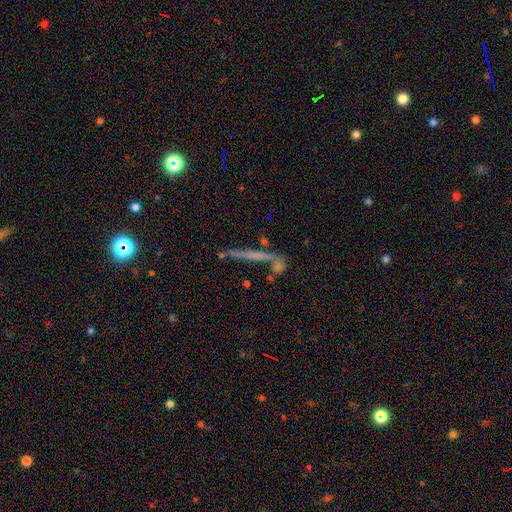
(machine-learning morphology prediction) A featured or disk galaxy (48%).

Vote fractions:
- Smooth or featured? featured or disk: 48% / smooth: 37% / star or artifact: 16%
- Merging? none: 67% / merger: 15% / minor disturbance: 12% / major disturbance: 6%